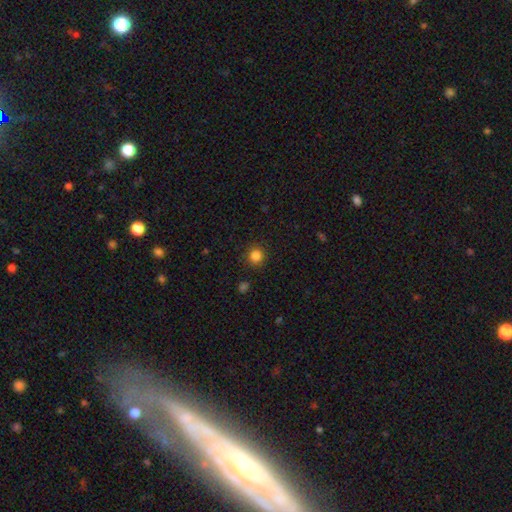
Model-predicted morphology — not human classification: Smooth or featured? Predicted: smooth (p=0.84). How rounded? Predicted: round (p=0.92). Merging? Predicted: none (p=0.90).